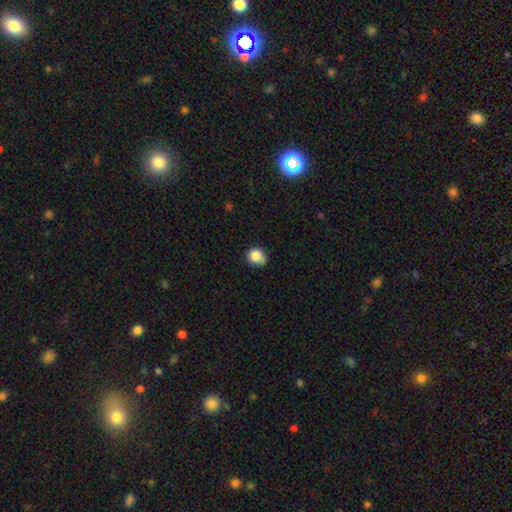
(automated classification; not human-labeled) smooth 84%, star or artifact 10%, featured or disk 6%. Down the decision tree: how rounded — round (75%); merging — none (60%).